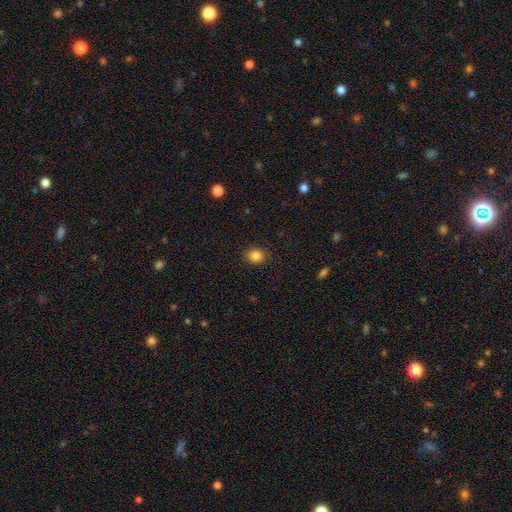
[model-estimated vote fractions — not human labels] This is clearly a smooth galaxy (84%). How rounded: likely round (75%). Merging: clearly none (90%).